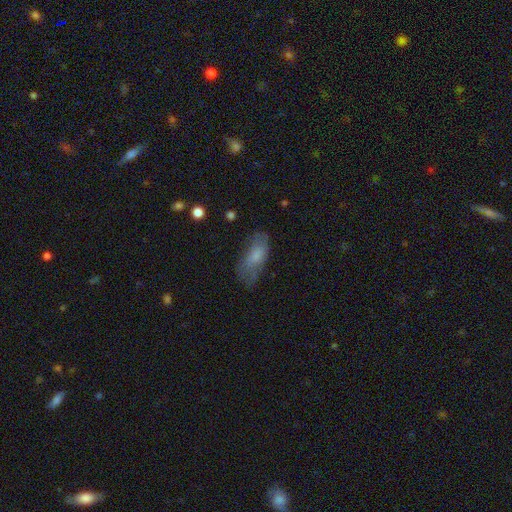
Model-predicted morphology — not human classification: A smooth galaxy with no disk features (68%) that is in between round and cigar-shaped (83%).

Vote fractions:
- Smooth or featured? smooth: 68% / featured or disk: 24% / star or artifact: 8%
- How rounded? in between: 83% / cigar-shaped: 15% / round: 2%
- Merging? none: 53% / minor disturbance: 29% / major disturbance: 16% / merger: 2%